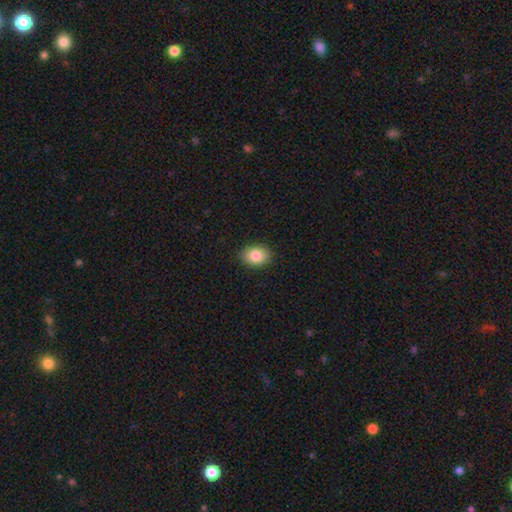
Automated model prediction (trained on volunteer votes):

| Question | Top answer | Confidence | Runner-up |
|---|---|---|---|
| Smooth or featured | smooth | 85% | star or artifact (8%) |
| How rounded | in between | 70% | round (29%) |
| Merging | none | 88% | minor disturbance (9%) |